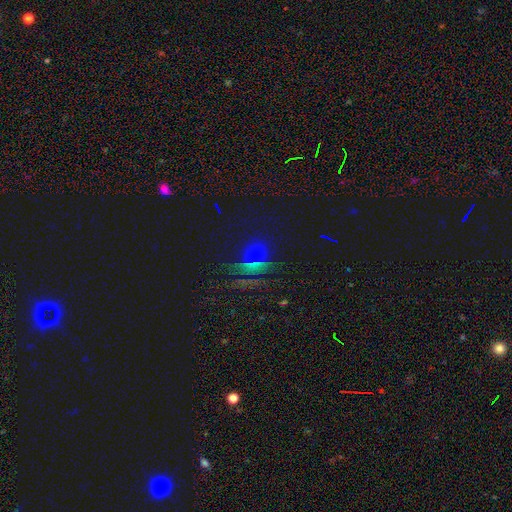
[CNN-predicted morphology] Smooth or featured? star or artifact (58%)